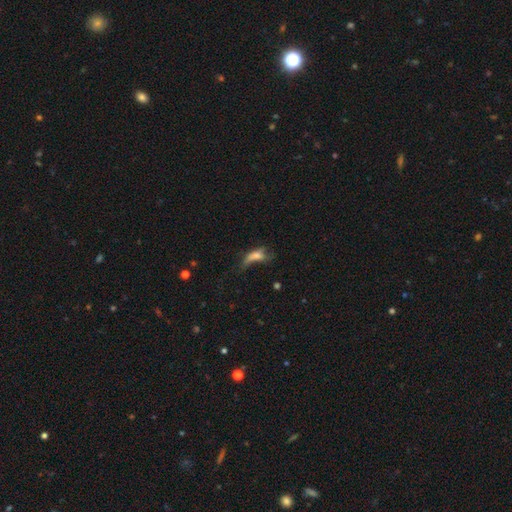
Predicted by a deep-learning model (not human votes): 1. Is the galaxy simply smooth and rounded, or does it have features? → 55% smooth, 31% featured or disk, 14% star or artifact.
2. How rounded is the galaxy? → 69% in between, 24% cigar-shaped, 7% round.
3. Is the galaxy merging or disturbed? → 50% major disturbance, 21% minor disturbance, 20% none, 9% merger.